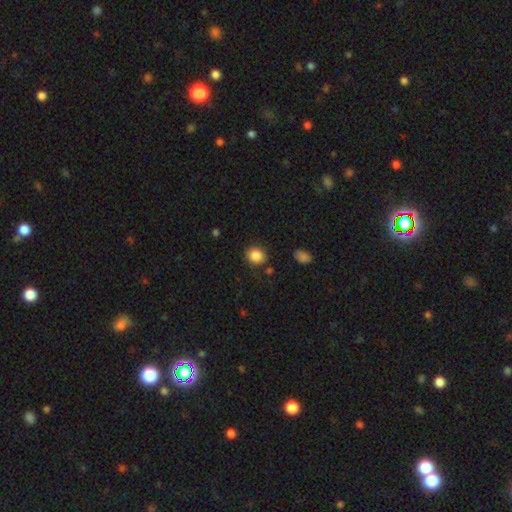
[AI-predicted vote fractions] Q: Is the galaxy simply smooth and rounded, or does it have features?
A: smooth — 87%.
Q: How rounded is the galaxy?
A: round — 76%.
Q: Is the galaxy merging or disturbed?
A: none — 83%.